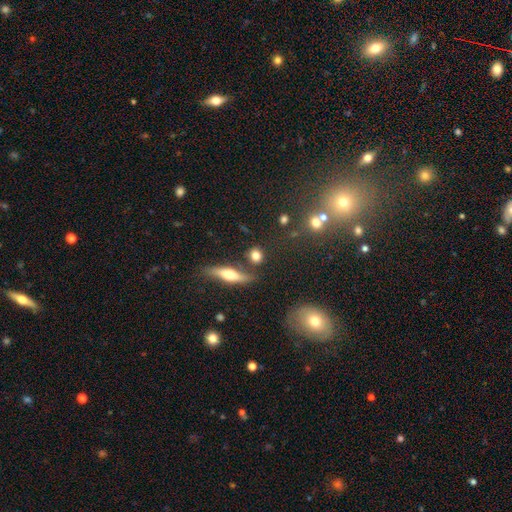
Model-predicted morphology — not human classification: smooth 77%, featured or disk 12%, star or artifact 11%. Down the decision tree: how rounded — round (68%); merging — none (73%).